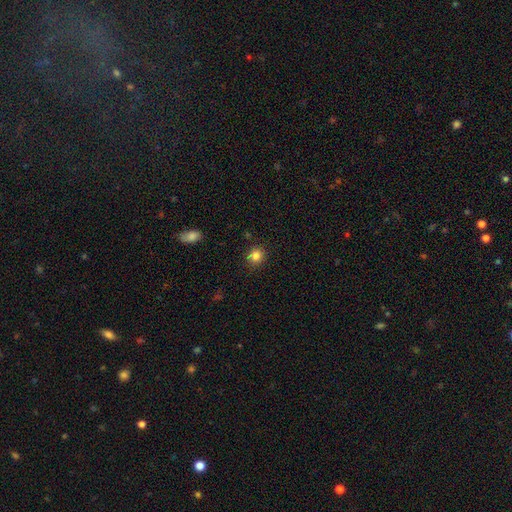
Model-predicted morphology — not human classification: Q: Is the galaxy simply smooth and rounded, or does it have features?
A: smooth — 83%.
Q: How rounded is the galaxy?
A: round — 86%.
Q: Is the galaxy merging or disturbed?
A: none — 88%.